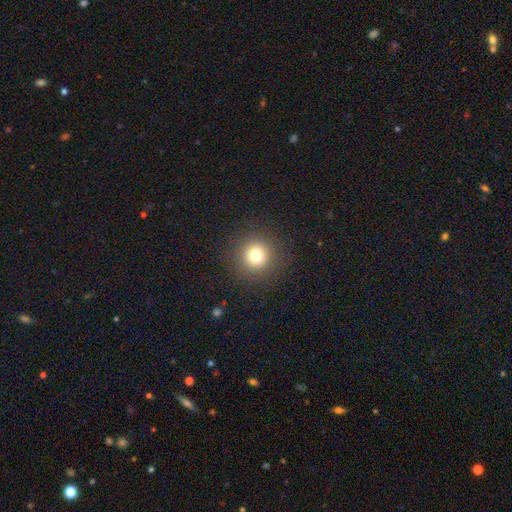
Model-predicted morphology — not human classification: The model was most divided on "smooth or featured": smooth: 77%, star or artifact: 14%, featured or disk: 9%. More confident: how rounded — round (95%); merging — none (91%).